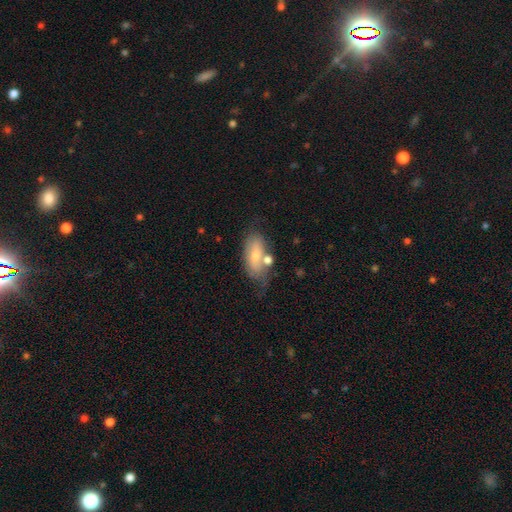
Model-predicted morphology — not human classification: This appears to be a smooth galaxy with no disk features (61%) that is in between round and cigar-shaped (86%). Merging: none (45%).